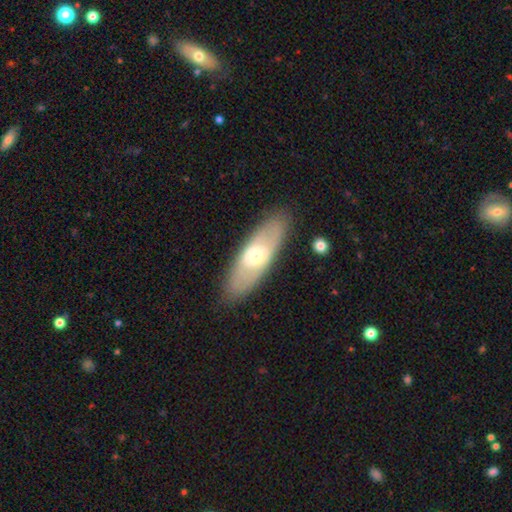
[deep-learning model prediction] A featured or disk galaxy (53%).

Vote fractions:
- Smooth or featured? featured or disk: 53% / smooth: 41% / star or artifact: 6%
- Edge-on disk? no: 75% / yes: 25%
- Merging? none: 86% / minor disturbance: 10% / major disturbance: 3% / merger: 2%